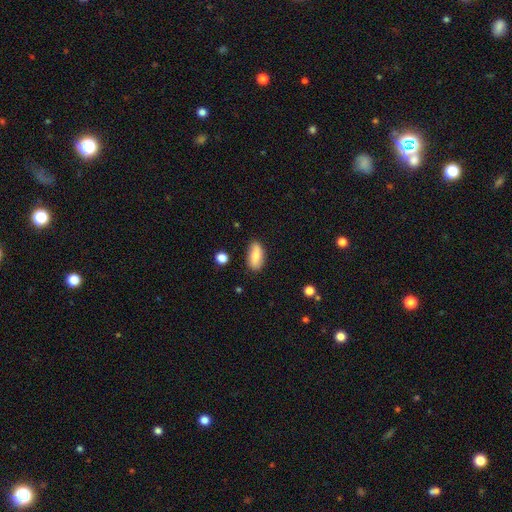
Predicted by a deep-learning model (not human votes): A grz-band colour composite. It shows a smooth galaxy with no disk features (79%) that is in between round and cigar-shaped (85%). Merging: none (80%).